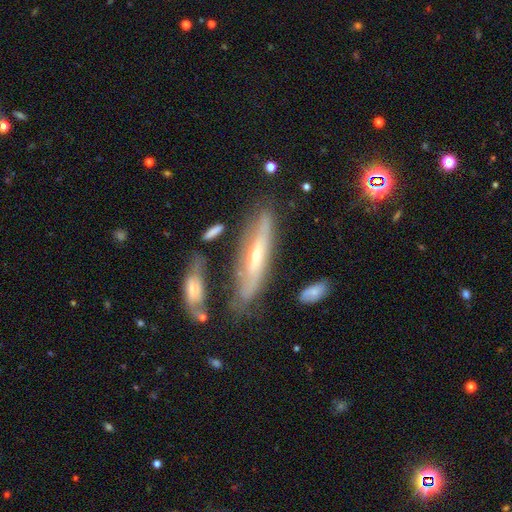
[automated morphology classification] Smooth or featured? Predicted: featured or disk (p=0.69). Edge-on disk? Predicted: yes (p=0.60). Merging? Predicted: none (p=0.64).